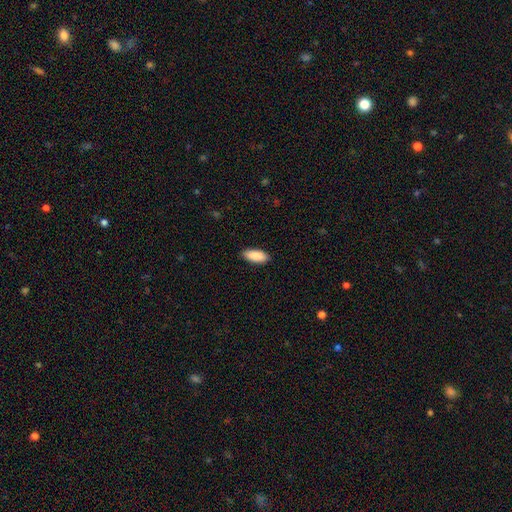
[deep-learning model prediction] smooth 90%, star or artifact 6%, featured or disk 5%. Down the decision tree: how rounded — in between (84%); merging — none (88%).